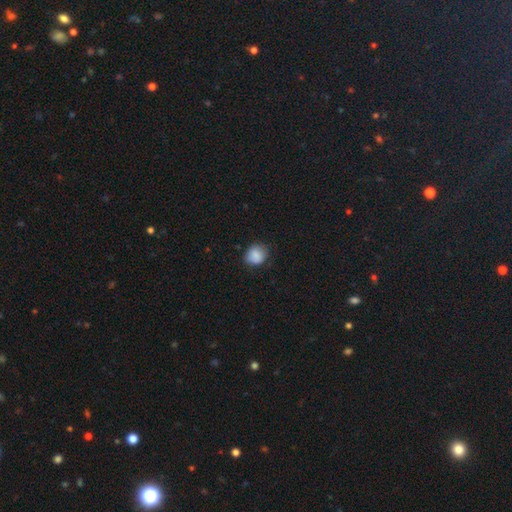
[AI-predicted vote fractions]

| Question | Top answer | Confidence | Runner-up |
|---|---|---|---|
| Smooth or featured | smooth | 84% | featured or disk (8%) |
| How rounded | round | 74% | in between (25%) |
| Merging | none | 74% | minor disturbance (21%) |